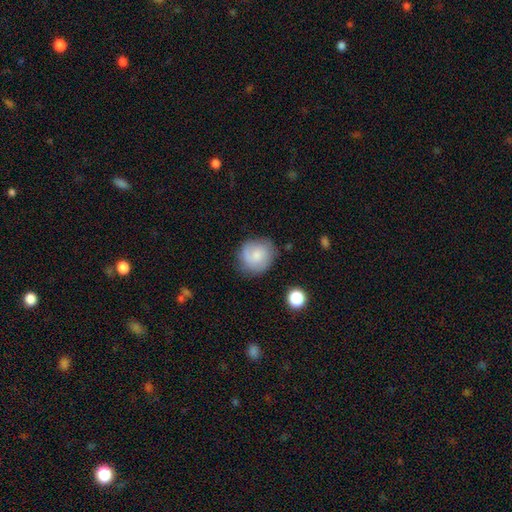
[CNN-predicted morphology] A smooth galaxy with no disk features (66%) that is round (83%).

Vote fractions:
- Smooth or featured? smooth: 66% / featured or disk: 26% / star or artifact: 8%
- How rounded? round: 83% / in between: 17% / cigar-shaped: 1%
- Merging? none: 70% / minor disturbance: 21% / major disturbance: 6% / merger: 2%